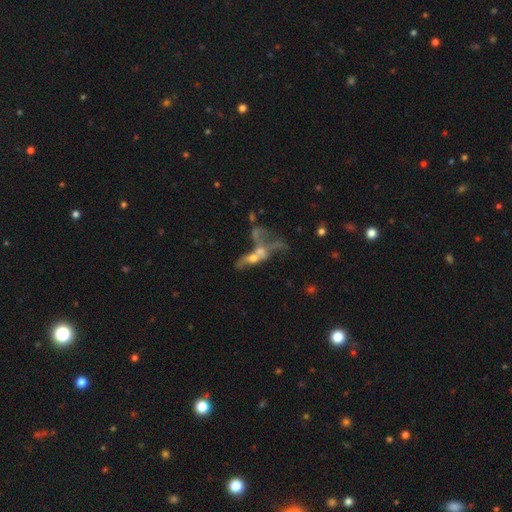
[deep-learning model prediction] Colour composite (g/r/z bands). It shows a featured or disk galaxy (53%). Merging: merger (64%).